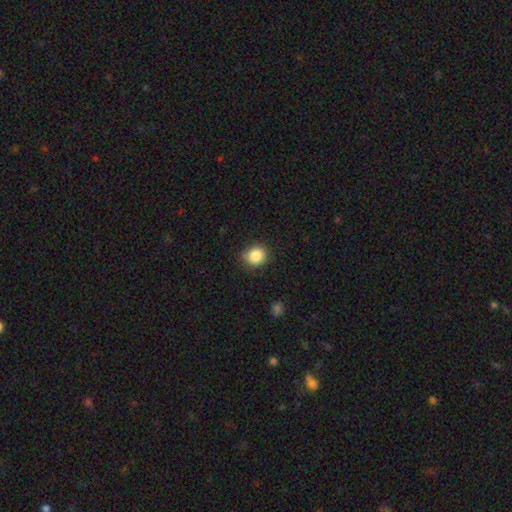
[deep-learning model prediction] smooth 87%, star or artifact 9%, featured or disk 4%. Down the decision tree: how rounded — round (79%); merging — none (83%).